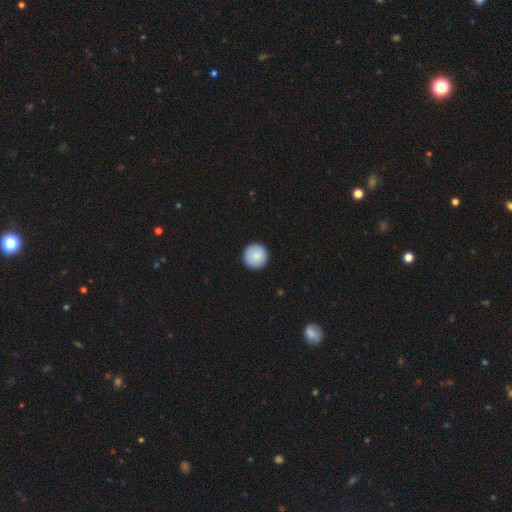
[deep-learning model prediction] Smooth or featured?
  - smooth: 88% *
  - star or artifact: 7%
  - featured or disk: 6%
How rounded?
  - round: 96% *
  - in between: 3%
  - cigar-shaped: 1%
Merging?
  - none: 93% *
  - minor disturbance: 5%
  - major disturbance: 1%
  - merger: 1%